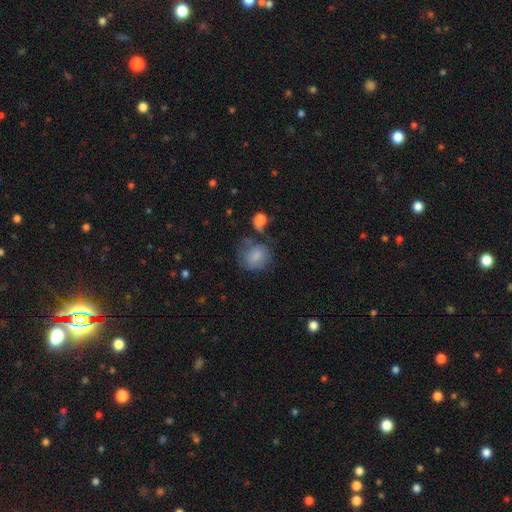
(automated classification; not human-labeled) smooth_or_featured: smooth (p=0.70) [alt: featured or disk p=0.20]
how_rounded: round (p=0.66) [alt: in between p=0.33]
merging: none (p=0.45) [alt: minor disturbance p=0.25]